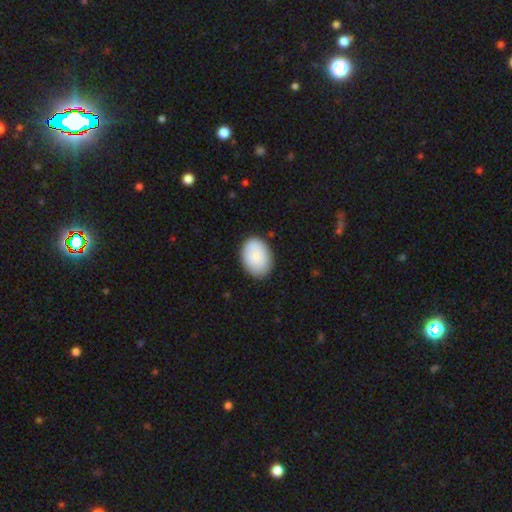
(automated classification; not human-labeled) Overall: smooth (85%). How rounded: in between (80%). Merging: none (83%).